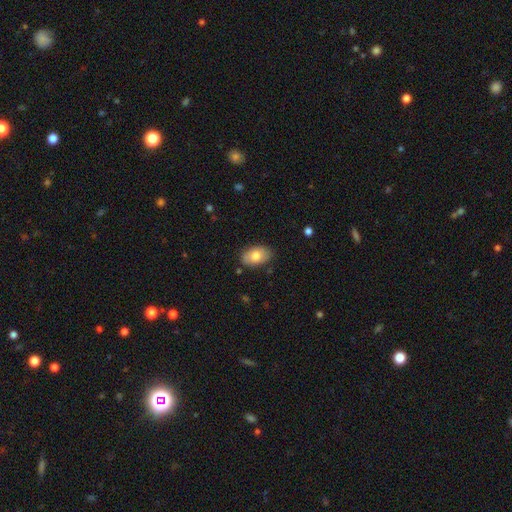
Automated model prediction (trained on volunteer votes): smooth 79%, featured or disk 14%, star or artifact 7%. Down the decision tree: how rounded — in between (92%); merging — none (83%).